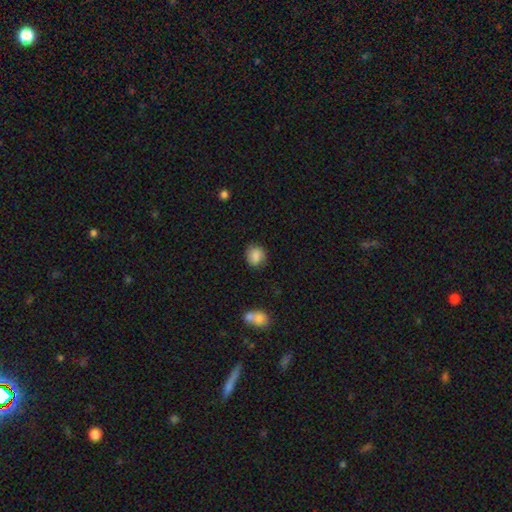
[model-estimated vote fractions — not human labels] Smooth or featured? Predicted: smooth (p=0.84). How rounded? Predicted: round (p=0.75). Merging? Predicted: none (p=0.78).